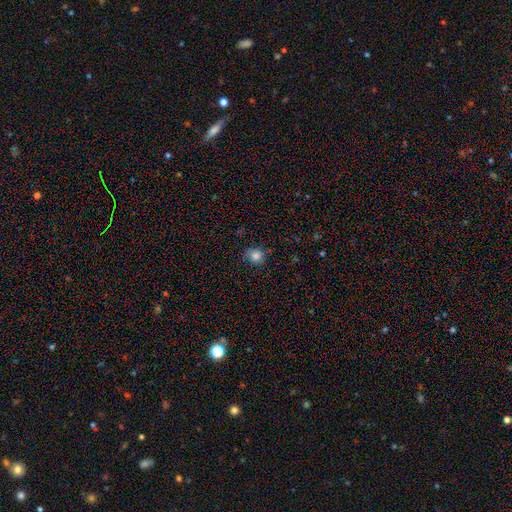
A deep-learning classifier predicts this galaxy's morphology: Smooth or featured: smooth — 82% (star or artifact — 11%)
How rounded: round — 81% (in between — 18%)
Merging: none — 75% (minor disturbance — 19%)